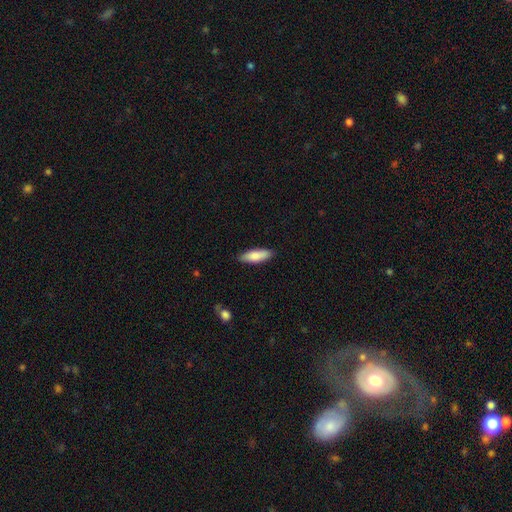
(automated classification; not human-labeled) smooth 83%, featured or disk 11%, star or artifact 6%. Down the decision tree: how rounded — in between (55%); merging — none (87%).